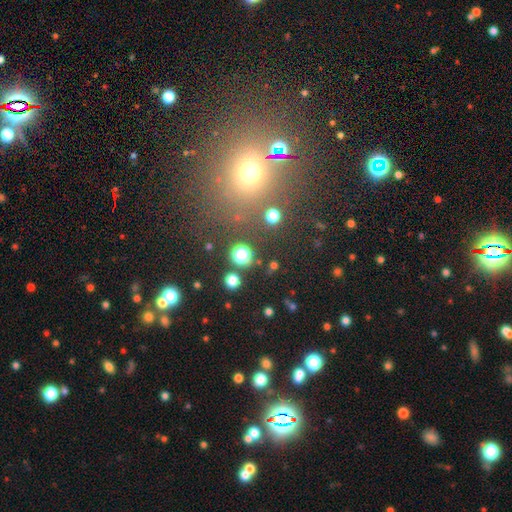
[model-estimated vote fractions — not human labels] Smooth or featured: star or artifact — 49% (smooth — 41%)